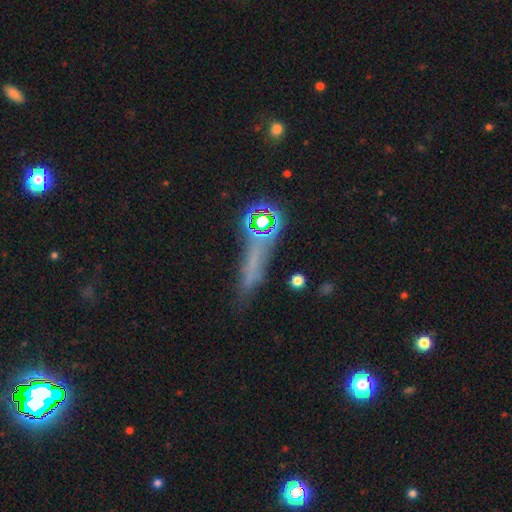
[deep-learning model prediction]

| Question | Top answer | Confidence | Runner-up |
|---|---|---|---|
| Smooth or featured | smooth | 42% | star or artifact (34%) |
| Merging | none | 58% | minor disturbance (20%) |